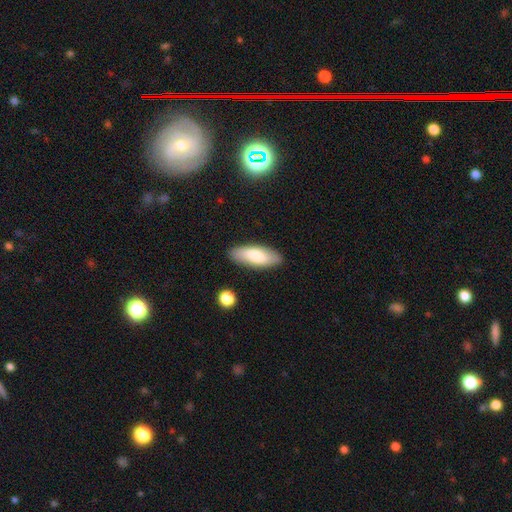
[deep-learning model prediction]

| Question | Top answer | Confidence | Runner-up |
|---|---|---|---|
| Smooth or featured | smooth | 79% | featured or disk (15%) |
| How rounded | in between | 68% | cigar-shaped (30%) |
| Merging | none | 86% | minor disturbance (10%) |